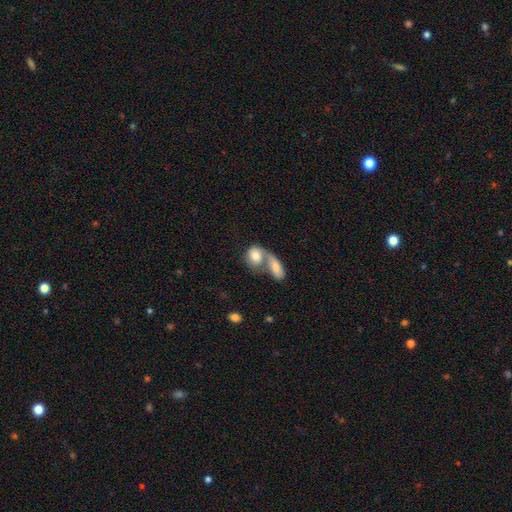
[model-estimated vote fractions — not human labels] This appears to be a smooth galaxy with no disk features (73%) that is in between round and cigar-shaped (62%). Merging: merger (75%).